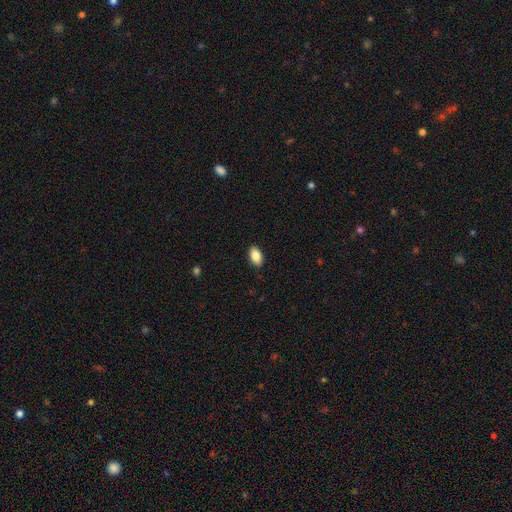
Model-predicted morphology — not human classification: smooth 85%, featured or disk 8%, star or artifact 7%. Down the decision tree: how rounded — in between (93%); merging — none (89%).